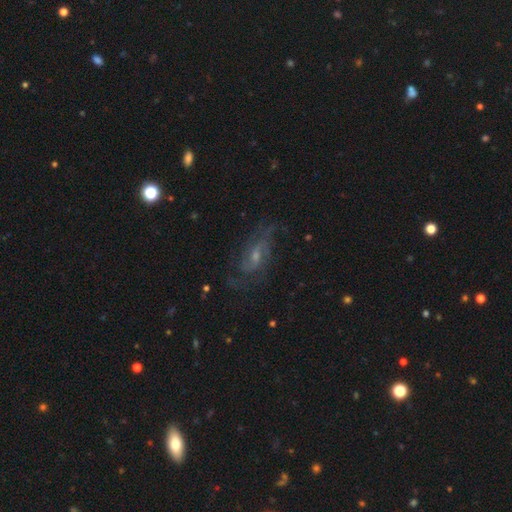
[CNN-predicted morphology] The model was most divided on "bar": weak: 48%, no: 40%, strong: 12%. Remaining: edge-on disk — no (93%); spiral arms — yes (91%); smooth or featured — featured or disk (76%); merging — none (66%); spiral arm count — 2 (51%); bulge size — small (49%); spiral winding — medium (48%).